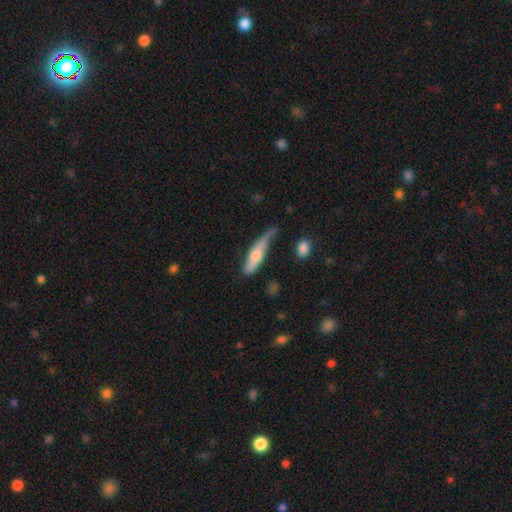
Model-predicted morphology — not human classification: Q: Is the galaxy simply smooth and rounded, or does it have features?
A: smooth — 58%.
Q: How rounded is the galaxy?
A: cigar-shaped — 69%.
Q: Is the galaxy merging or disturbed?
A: minor disturbance — 38%.